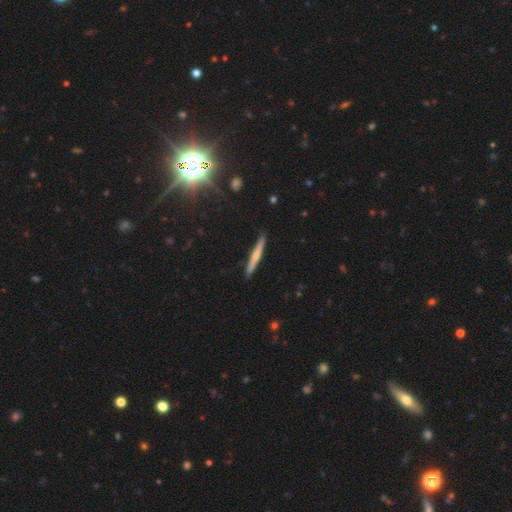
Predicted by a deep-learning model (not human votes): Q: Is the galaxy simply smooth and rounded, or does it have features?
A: featured or disk — 52%.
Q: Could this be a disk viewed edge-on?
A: yes — 97%.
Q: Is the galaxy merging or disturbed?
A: none — 90%.